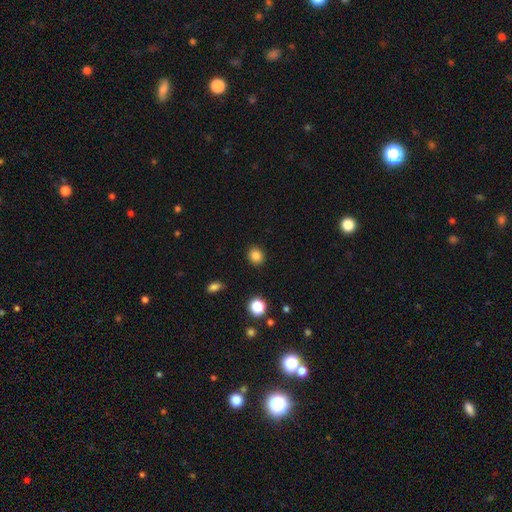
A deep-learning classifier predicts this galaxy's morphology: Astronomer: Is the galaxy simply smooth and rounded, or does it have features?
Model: smooth — 84%.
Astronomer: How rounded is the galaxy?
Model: round — 76%.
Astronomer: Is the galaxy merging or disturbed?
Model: none — 90%.